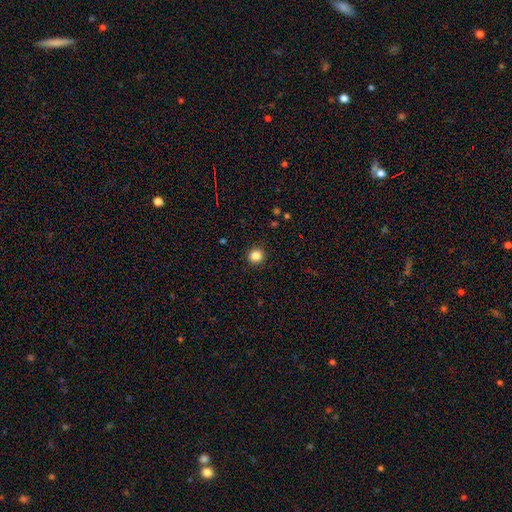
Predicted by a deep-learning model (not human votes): This appears to be a smooth galaxy with no disk features (85%) that is round (93%). Merging: none (92%).